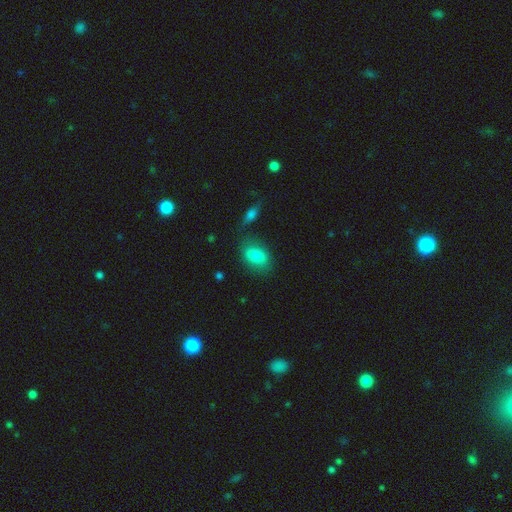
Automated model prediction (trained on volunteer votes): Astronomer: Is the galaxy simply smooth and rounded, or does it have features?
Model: smooth — 79%.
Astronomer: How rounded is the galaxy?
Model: in between — 84%.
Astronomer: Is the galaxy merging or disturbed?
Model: none — 70%.